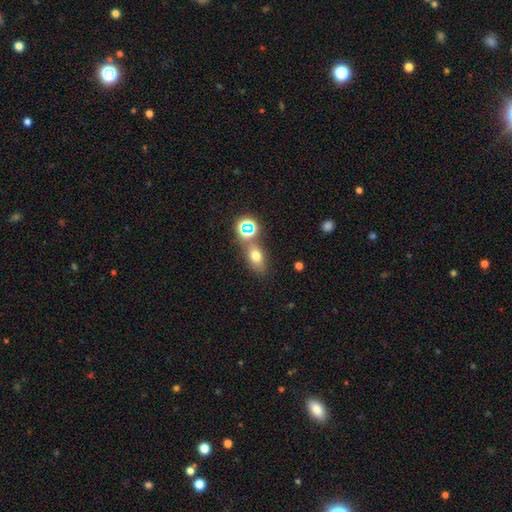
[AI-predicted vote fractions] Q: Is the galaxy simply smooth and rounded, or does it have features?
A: smooth — 67%.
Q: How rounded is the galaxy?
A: in between — 72%.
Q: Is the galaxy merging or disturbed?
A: none — 63%.